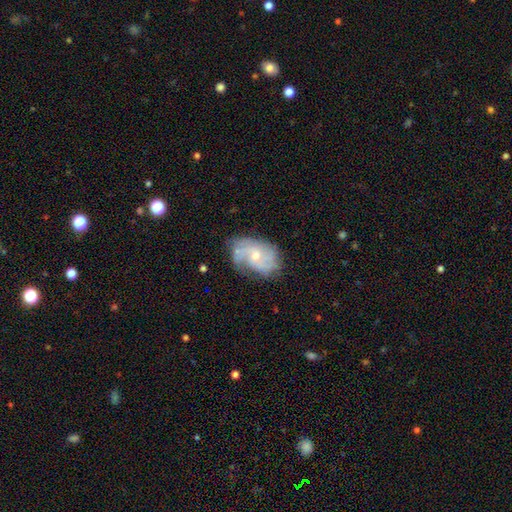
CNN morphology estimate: A featured or disk galaxy (77%) with no bar (68%), 2 (36%) medium (41%) spiral arms (90%) and a small central bulge (61%). Merging: none (57%).